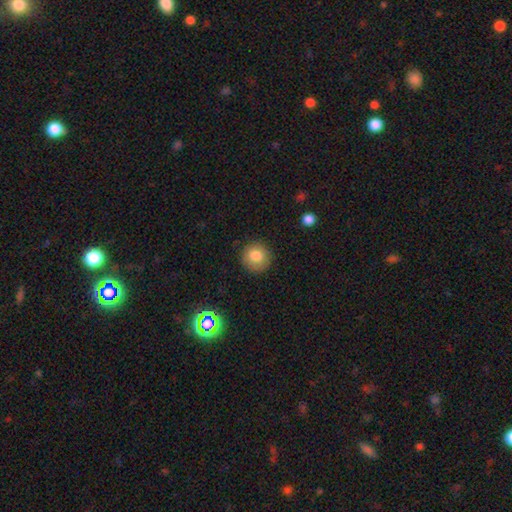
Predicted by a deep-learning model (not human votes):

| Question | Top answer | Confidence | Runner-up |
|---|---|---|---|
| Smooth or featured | smooth | 81% | star or artifact (10%) |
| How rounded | round | 92% | in between (7%) |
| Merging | none | 88% | minor disturbance (9%) |